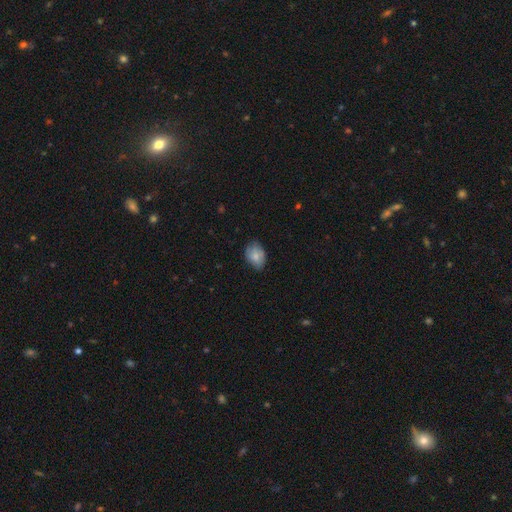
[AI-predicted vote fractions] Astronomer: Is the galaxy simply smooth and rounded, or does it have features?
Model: smooth — 77%.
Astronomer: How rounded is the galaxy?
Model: in between — 78%.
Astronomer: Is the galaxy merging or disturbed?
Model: none — 69%.